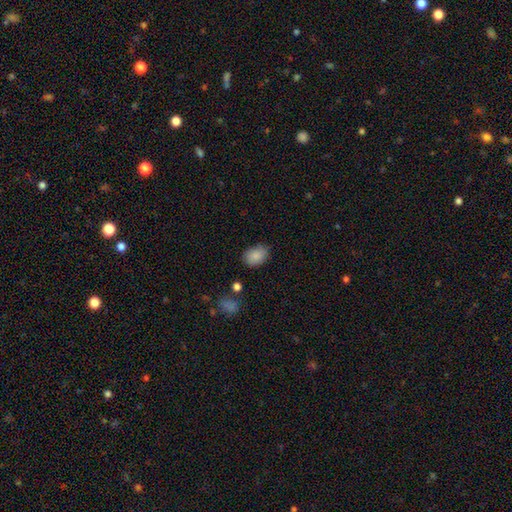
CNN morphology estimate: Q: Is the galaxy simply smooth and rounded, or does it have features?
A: smooth — 87%.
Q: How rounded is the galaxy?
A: in between — 77%.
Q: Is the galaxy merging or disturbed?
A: none — 77%.